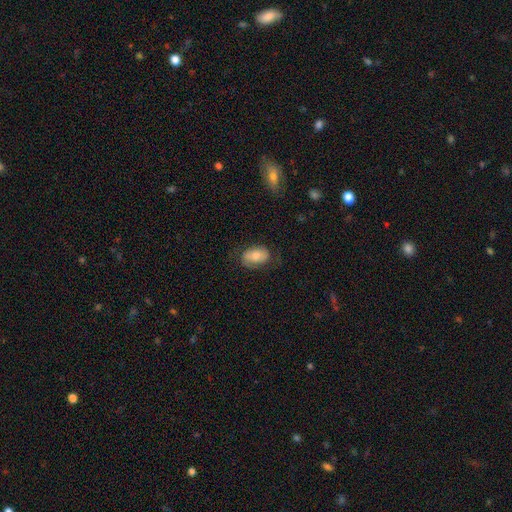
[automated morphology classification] Smooth or featured? Predicted: smooth (p=0.66). How rounded? Predicted: in between (p=0.86). Merging? Predicted: none (p=0.66).